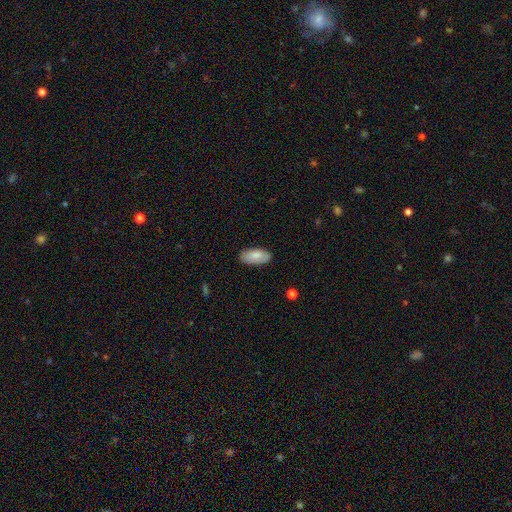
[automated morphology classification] This appears to be a smooth galaxy with no disk features (81%) that is in between round and cigar-shaped (94%). Merging: none (83%).